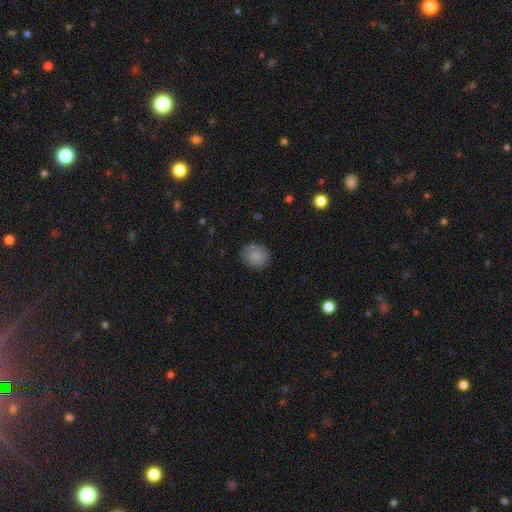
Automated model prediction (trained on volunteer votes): Overall: smooth (84%). How rounded: round (76%). Merging: none (83%).